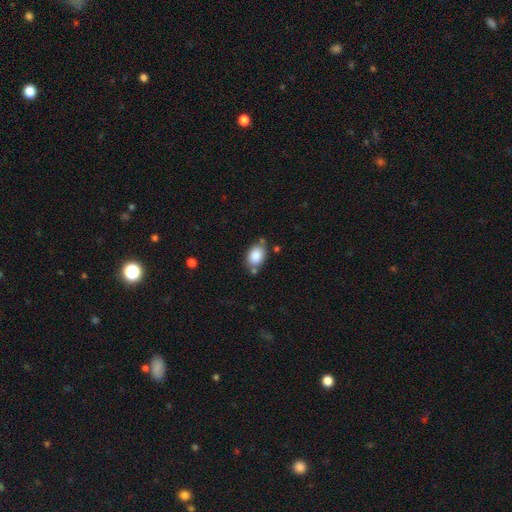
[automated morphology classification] type=smooth (85%); roundness=in between (81%); merging=none (68%).